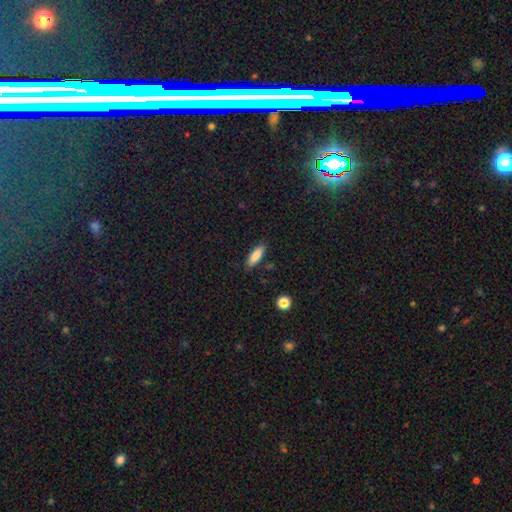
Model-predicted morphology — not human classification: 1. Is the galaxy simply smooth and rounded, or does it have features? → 83% smooth, 10% featured or disk, 7% star or artifact.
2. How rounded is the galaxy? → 51% in between, 47% cigar-shaped, 2% round.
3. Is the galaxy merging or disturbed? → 84% none, 11% minor disturbance, 2% major disturbance, 2% merger.